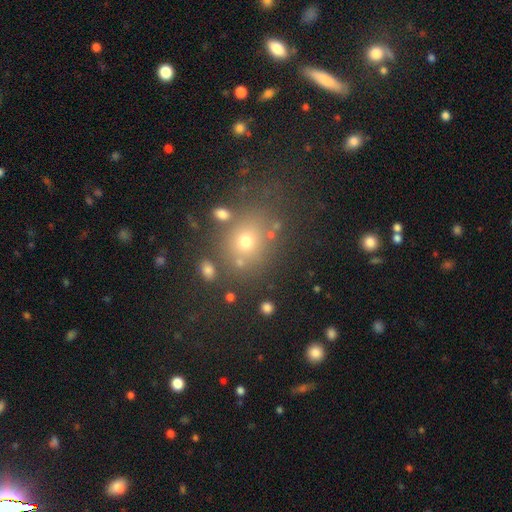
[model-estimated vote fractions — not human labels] Smooth or featured? Predicted: smooth (p=0.51). How rounded? Predicted: round (p=0.67). Merging? Predicted: none (p=0.72).